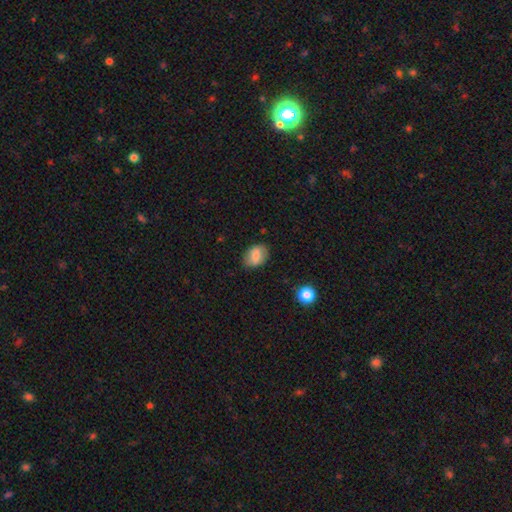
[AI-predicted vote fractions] Q: Smooth or featured?
A: smooth (77%); runner-up: featured or disk (15%)
Q: How rounded?
A: in between (80%); runner-up: round (18%)
Q: Merging?
A: none (80%); runner-up: minor disturbance (15%)